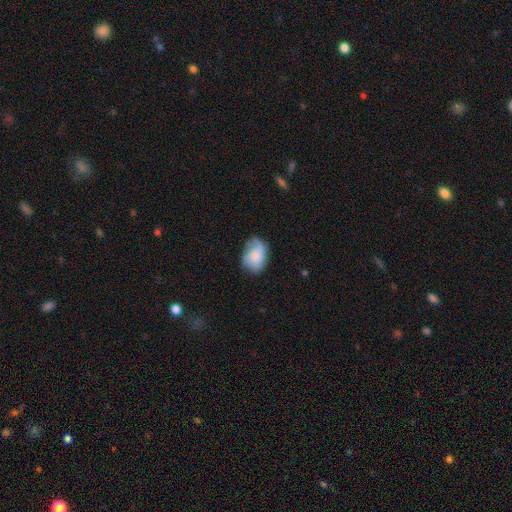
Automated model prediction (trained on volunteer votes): Smooth or featured? Predicted: smooth (p=0.67). How rounded? Predicted: in between (p=0.79). Merging? Predicted: none (p=0.57).